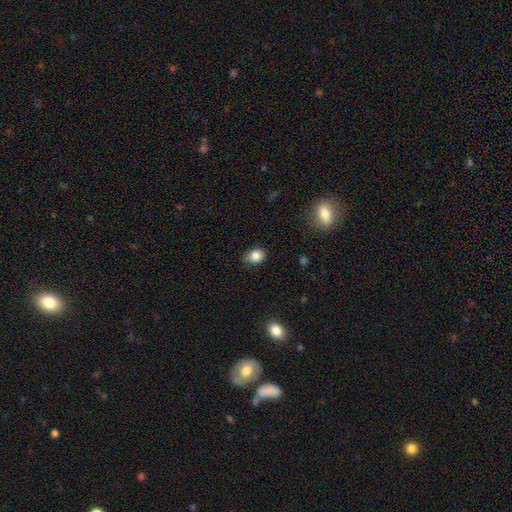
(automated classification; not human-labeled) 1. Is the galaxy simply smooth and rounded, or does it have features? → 85% smooth, 10% star or artifact, 5% featured or disk.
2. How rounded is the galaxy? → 54% in between, 44% round, 1% cigar-shaped.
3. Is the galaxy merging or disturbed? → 77% none, 19% minor disturbance, 3% major disturbance, 1% merger.